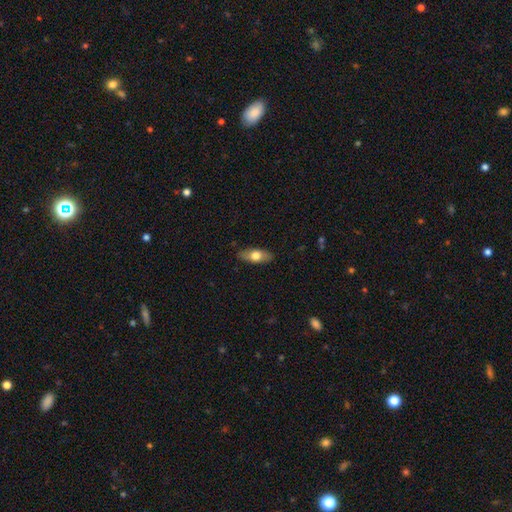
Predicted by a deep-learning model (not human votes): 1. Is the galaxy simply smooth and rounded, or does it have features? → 68% smooth, 26% featured or disk, 6% star or artifact.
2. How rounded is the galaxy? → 81% in between, 15% cigar-shaped, 4% round.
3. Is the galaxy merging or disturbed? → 86% none, 10% minor disturbance, 2% major disturbance, 1% merger.